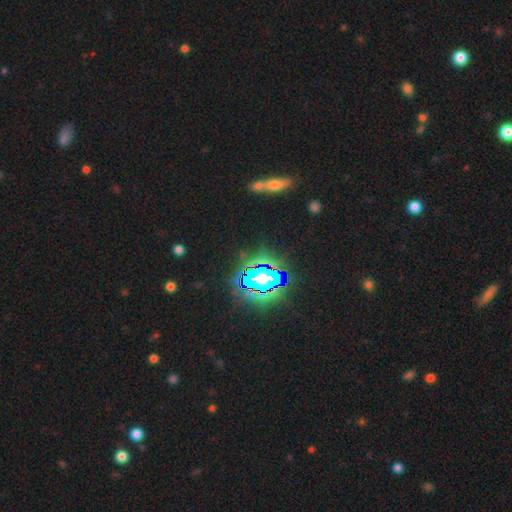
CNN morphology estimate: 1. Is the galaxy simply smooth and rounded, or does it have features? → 79% star or artifact, 13% smooth, 8% featured or disk.